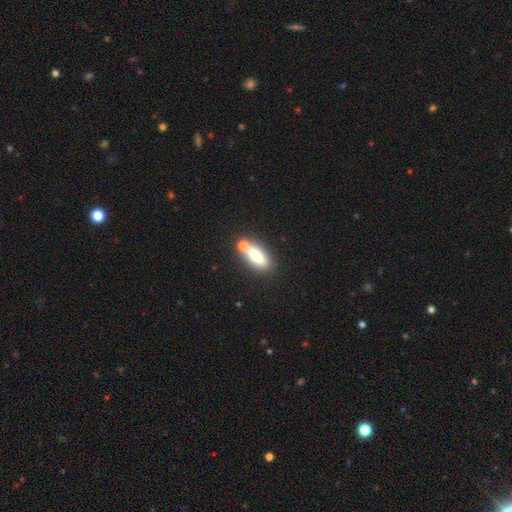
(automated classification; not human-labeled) A smooth galaxy with no disk features (71%) that is in between round and cigar-shaped (67%). Merging: none (59%).